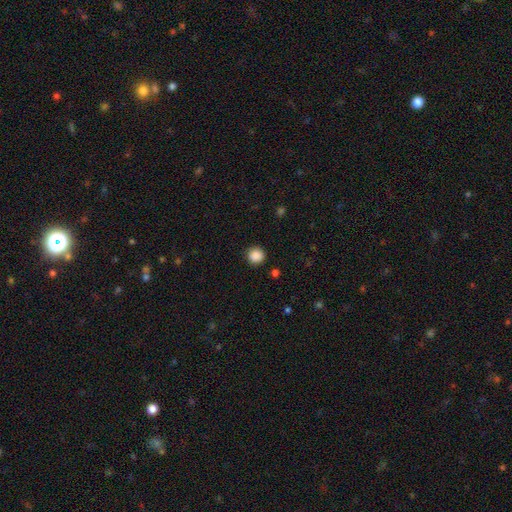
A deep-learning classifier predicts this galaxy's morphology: A smooth galaxy with no disk features (87%) that is round (93%). Merging: none (90%).